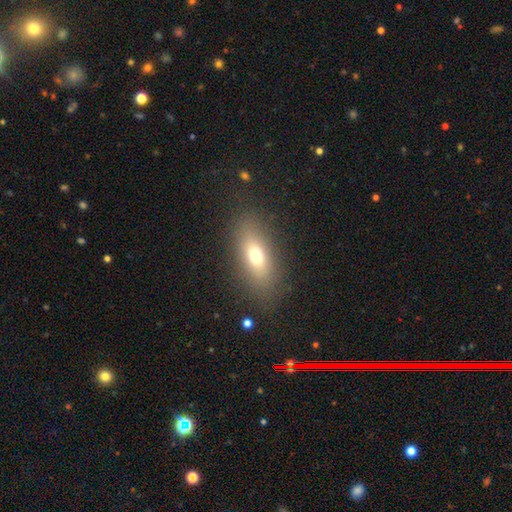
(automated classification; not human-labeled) Overall: smooth (68%). How rounded: in between (76%). Merging: none (83%).